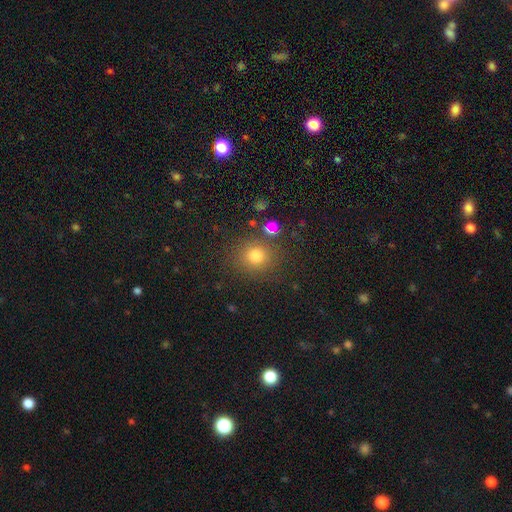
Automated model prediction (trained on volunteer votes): Smooth or featured: smooth — 76% (star or artifact — 16%)
How rounded: round — 81% (in between — 18%)
Merging: none — 82% (minor disturbance — 10%)